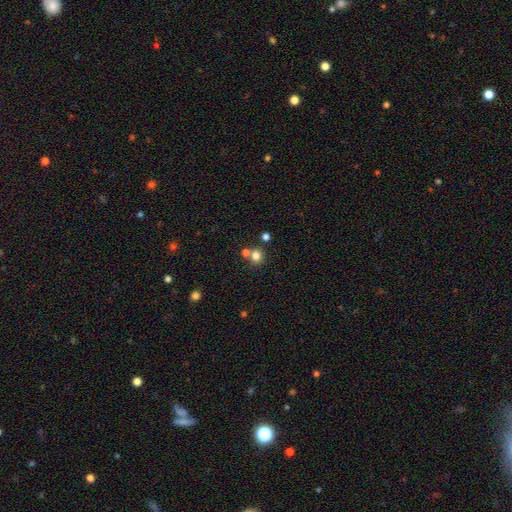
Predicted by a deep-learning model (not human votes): smooth 79%, star or artifact 14%, featured or disk 7%. Down the decision tree: how rounded — round (88%); merging — none (64%).